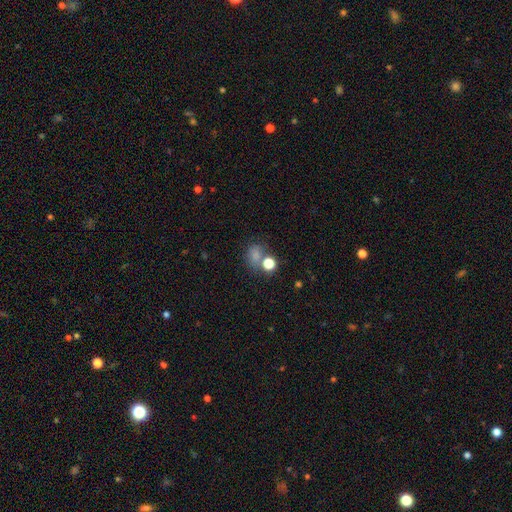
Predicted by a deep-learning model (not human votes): Q: Smooth or featured?
A: smooth (71%); runner-up: star or artifact (21%)
Q: How rounded?
A: round (55%); runner-up: in between (44%)
Q: Merging?
A: none (52%); runner-up: merger (24%)